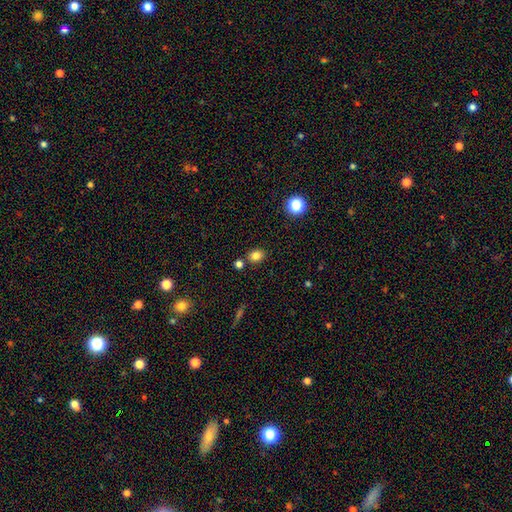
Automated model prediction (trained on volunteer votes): Smooth or featured: smooth — 81% (star or artifact — 13%)
How rounded: in between — 51% (round — 48%)
Merging: none — 79% (minor disturbance — 9%)